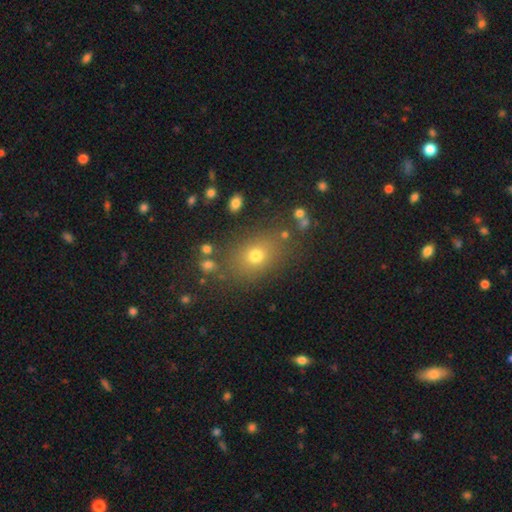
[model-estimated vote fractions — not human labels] A smooth galaxy with no disk features (70%) that is in between round and cigar-shaped (60%).

Vote fractions:
- Smooth or featured? smooth: 70% / star or artifact: 18% / featured or disk: 12%
- How rounded? in between: 60% / round: 38% / cigar-shaped: 2%
- Merging? none: 78% / minor disturbance: 12% / major disturbance: 5% / merger: 4%